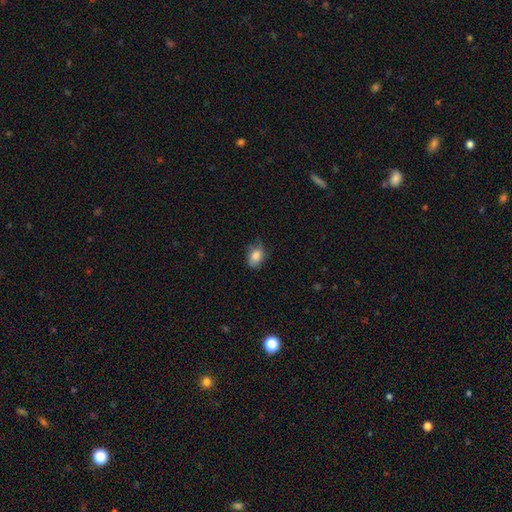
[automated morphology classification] Smooth or featured?
  - smooth: 82% *
  - featured or disk: 9%
  - star or artifact: 9%
How rounded?
  - in between: 75% *
  - round: 24%
  - cigar-shaped: 1%
Merging?
  - none: 58% *
  - minor disturbance: 32%
  - major disturbance: 9%
  - merger: 2%